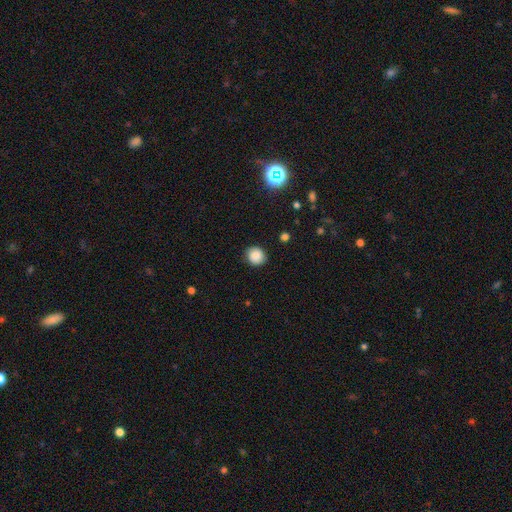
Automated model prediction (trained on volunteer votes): Smooth or featured? smooth (86%)
How rounded? round (88%)
Merging? none (87%)